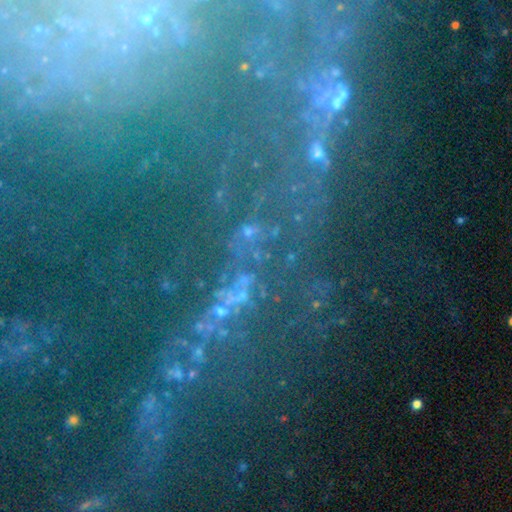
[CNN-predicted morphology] Overall: star or artifact (69%).